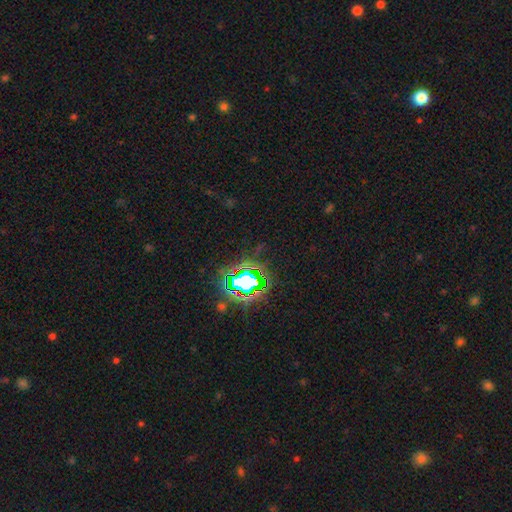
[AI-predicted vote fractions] Morphology: type=star or artifact (81%).